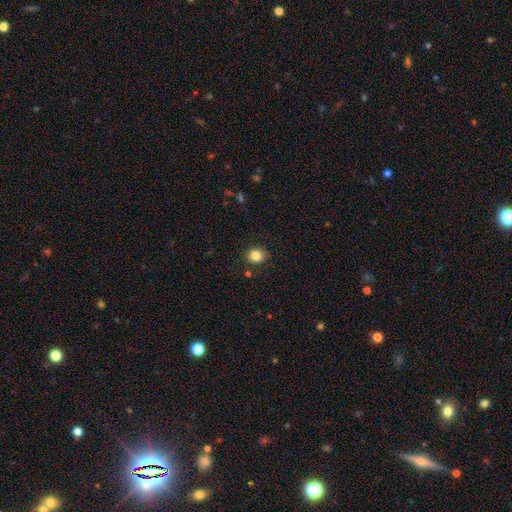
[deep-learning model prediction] A smooth galaxy with no disk features (84%) that is round (73%). Merging: none (83%).